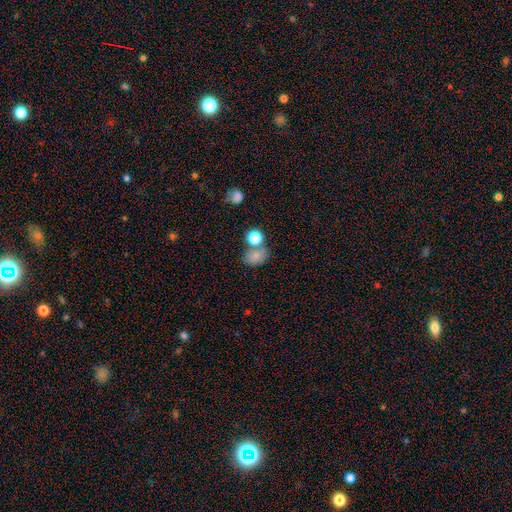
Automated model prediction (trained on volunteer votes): The model was most divided on "how rounded": in between: 52%, round: 47%, cigar-shaped: 1%. More confident: smooth or featured — smooth (77%); merging — none (50%).